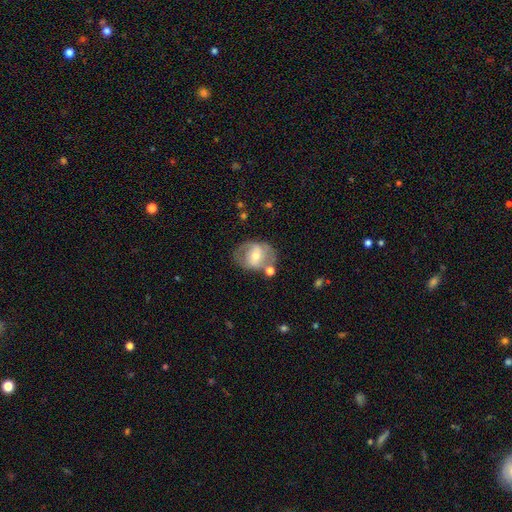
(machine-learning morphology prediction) The model was most divided on "spiral arms": no: 51%, yes: 49%. Remaining: edge-on disk — no (95%); smooth or featured — featured or disk (56%); merging — none (56%); bulge size — moderate (55%); bar — weak (40%).